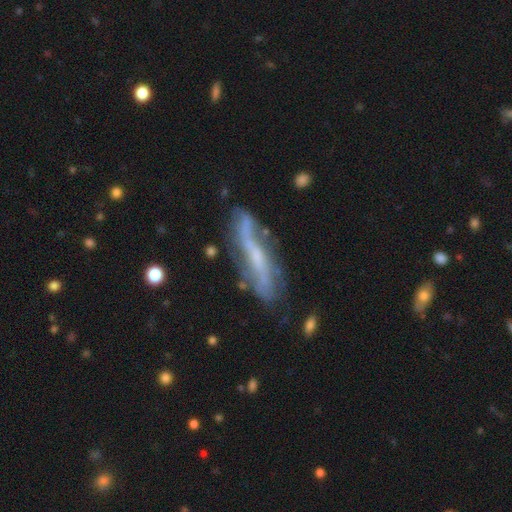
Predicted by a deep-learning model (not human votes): Smooth or featured?
  - featured or disk: 75% *
  - smooth: 18%
  - star or artifact: 7%
Edge-on disk?
  - no: 58% *
  - yes: 42%
Merging?
  - none: 69% *
  - minor disturbance: 20%
  - major disturbance: 7%
  - merger: 4%